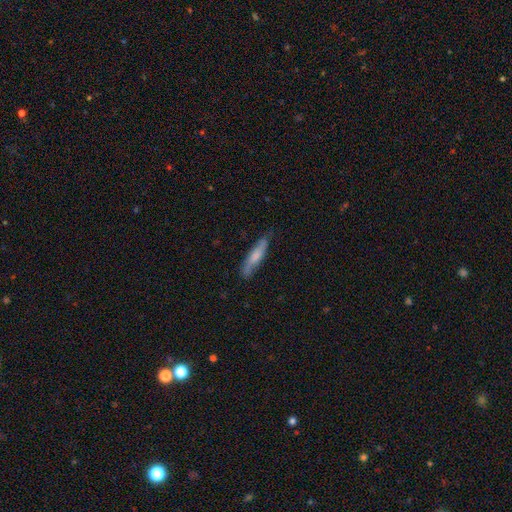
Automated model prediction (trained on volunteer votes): smooth-or-featured: smooth: 59% | featured or disk: 35% | star or artifact: 6%
  how-rounded: cigar-shaped: 81% | in between: 18% | round: 2%
  merging: none: 75% | minor disturbance: 20% | major disturbance: 4% | merger: 2%